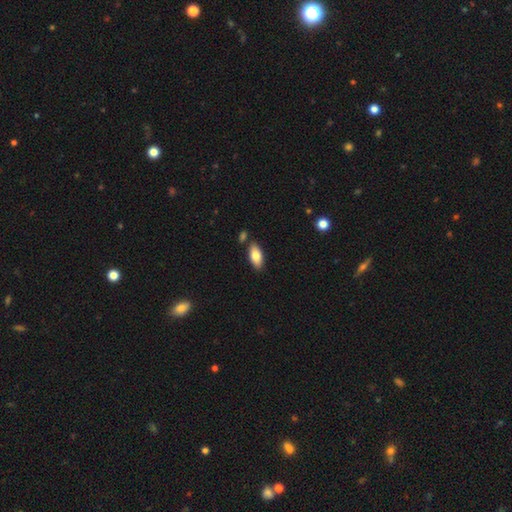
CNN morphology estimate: type=smooth (80%); roundness=in between (89%); merging=none (81%).